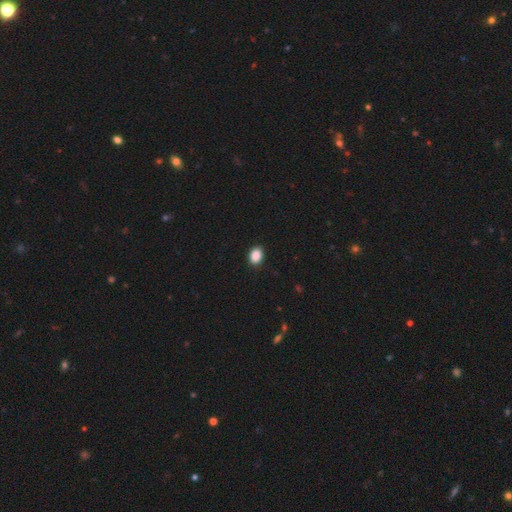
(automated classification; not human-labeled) Smooth or featured? Predicted: smooth (p=0.89). How rounded? Predicted: in between (p=0.73). Merging? Predicted: none (p=0.90).